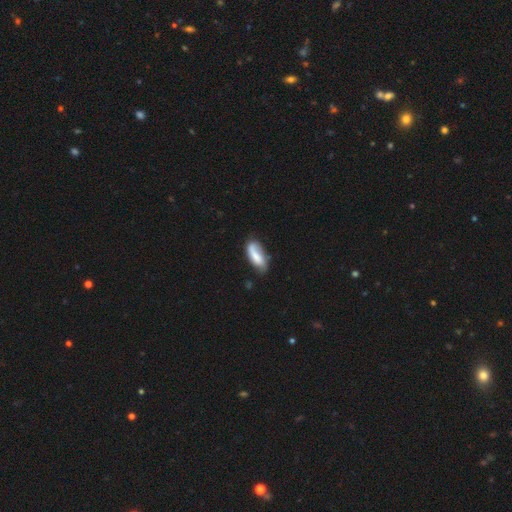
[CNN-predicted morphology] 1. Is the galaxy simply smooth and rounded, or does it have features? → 66% smooth, 27% featured or disk, 7% star or artifact.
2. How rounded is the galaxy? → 76% in between, 22% cigar-shaped, 2% round.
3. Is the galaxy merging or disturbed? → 54% none, 29% minor disturbance, 11% major disturbance, 6% merger.